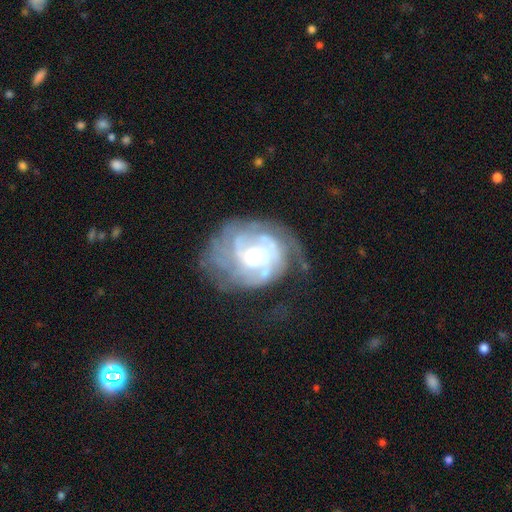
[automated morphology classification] Q: Smooth or featured?
A: featured or disk (83%); runner-up: smooth (10%)
Q: Edge-on disk?
A: no (97%); runner-up: yes (3%)
Q: Bar?
A: no (70%); runner-up: weak (25%)
Q: Spiral arms?
A: yes (91%); runner-up: no (9%)
Q: Spiral winding?
A: tight (61%); runner-up: medium (30%)
Q: Spiral arm count?
A: can't tell (39%); runner-up: 2 (24%)
Q: Bulge size?
A: small (62%); runner-up: moderate (31%)
Q: Merging?
A: none (52%); runner-up: minor disturbance (23%)